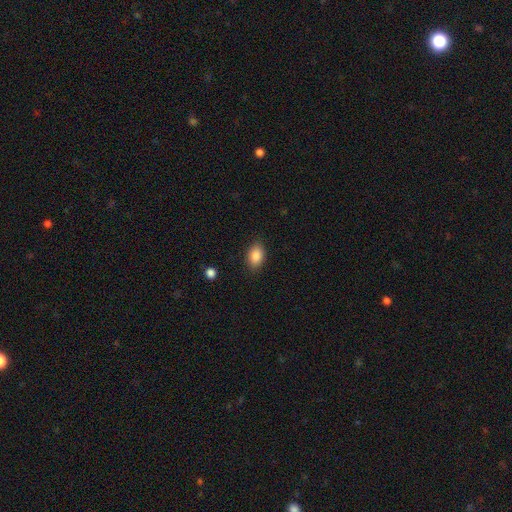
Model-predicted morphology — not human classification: smooth-or-featured: smooth: 87% | star or artifact: 8% | featured or disk: 5%
  how-rounded: in between: 85% | round: 13% | cigar-shaped: 1%
  merging: none: 86% | minor disturbance: 10% | major disturbance: 3% | merger: 1%